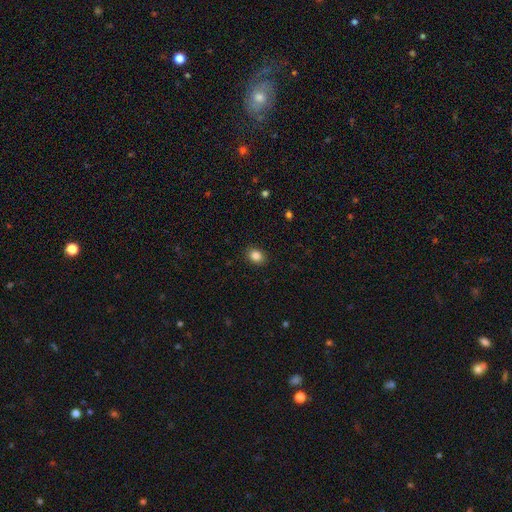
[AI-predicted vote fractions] This is clearly a smooth galaxy (85%). How rounded: possibly in between (56%). Merging: clearly none (90%).